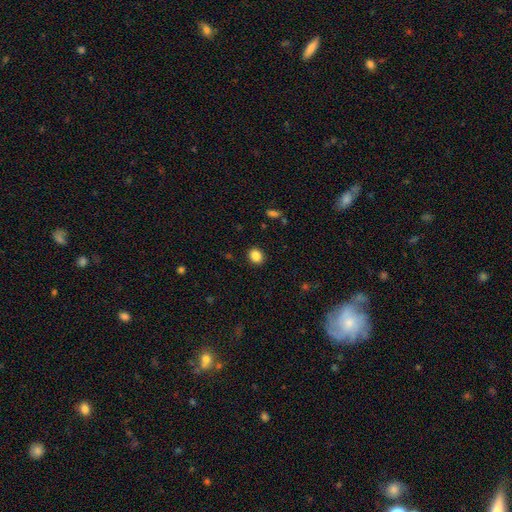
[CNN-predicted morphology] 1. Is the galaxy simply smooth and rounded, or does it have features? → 87% smooth, 9% star or artifact, 3% featured or disk.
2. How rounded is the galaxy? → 62% round, 37% in between, 1% cigar-shaped.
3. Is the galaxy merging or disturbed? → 90% none, 7% minor disturbance, 2% major disturbance, 1% merger.